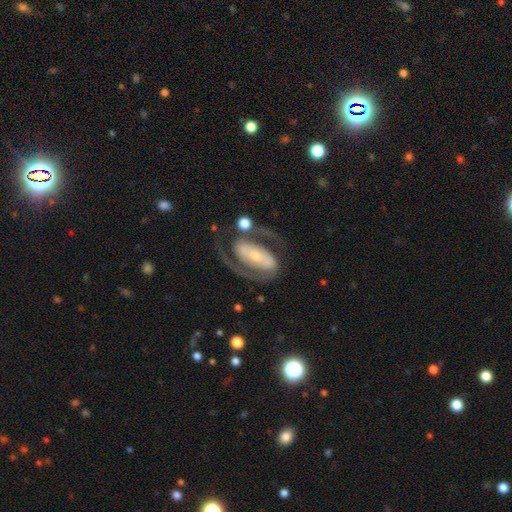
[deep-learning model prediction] Q: Smooth or featured?
A: featured or disk (85%); runner-up: smooth (10%)
Q: Edge-on disk?
A: no (95%); runner-up: yes (5%)
Q: Bar?
A: strong (48%); runner-up: weak (27%)
Q: Spiral arms?
A: yes (90%); runner-up: no (10%)
Q: Spiral winding?
A: medium (48%); runner-up: tight (31%)
Q: Spiral arm count?
A: 2 (83%); runner-up: 1 (9%)
Q: Bulge size?
A: small (57%); runner-up: moderate (35%)
Q: Merging?
A: none (59%); runner-up: major disturbance (21%)